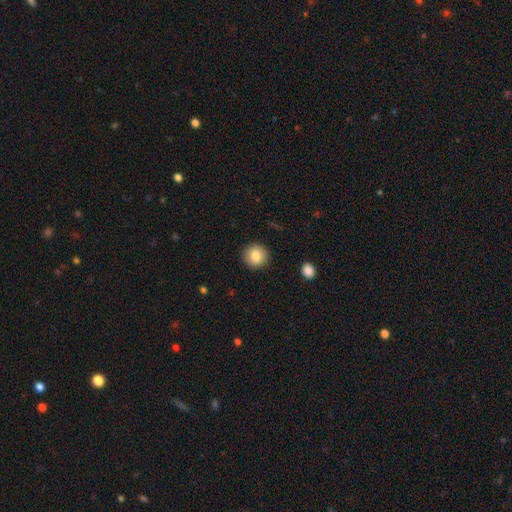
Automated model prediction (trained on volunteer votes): A smooth galaxy with no disk features (84%) that is round (93%).

Vote fractions:
- Smooth or featured? smooth: 84% / star or artifact: 9% / featured or disk: 7%
- How rounded? round: 93% / in between: 6% / cigar-shaped: 1%
- Merging? none: 91% / minor disturbance: 6% / major disturbance: 2% / merger: 1%